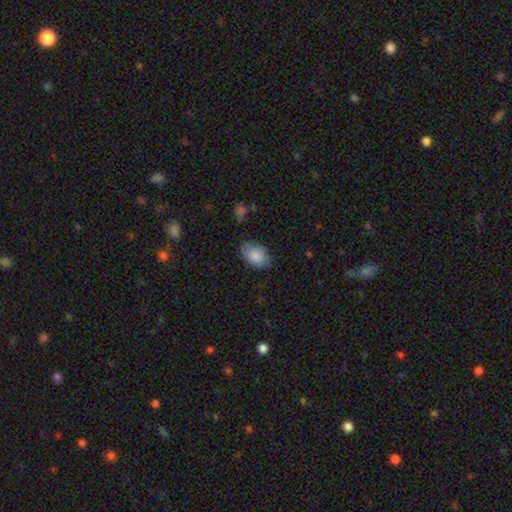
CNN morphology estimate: A smooth galaxy with no disk features (83%) that is in between round and cigar-shaped (86%). Merging: none (67%).